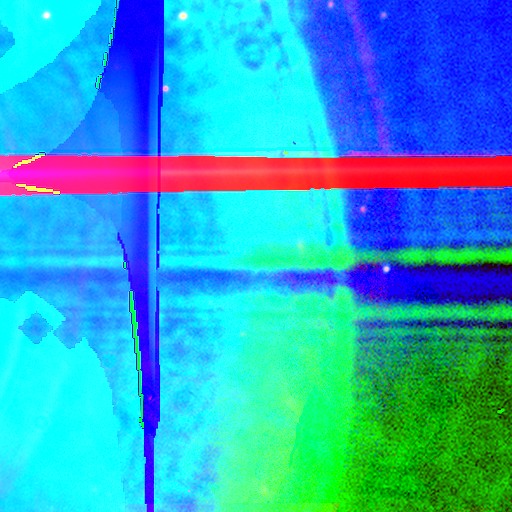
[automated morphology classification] smooth-or-featured: star or artifact: 86% | featured or disk: 8% | smooth: 6%